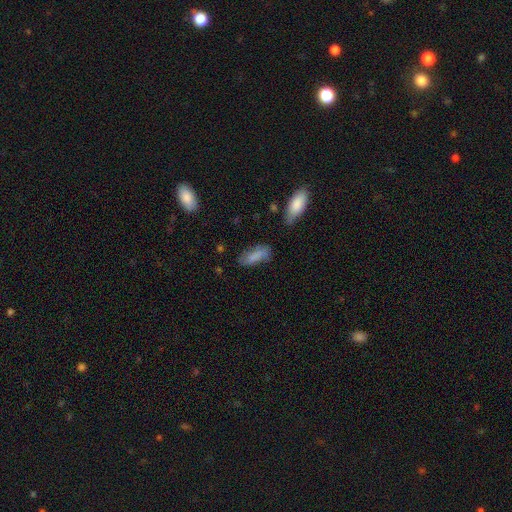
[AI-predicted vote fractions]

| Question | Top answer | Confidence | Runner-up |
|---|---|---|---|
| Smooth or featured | smooth | 76% | featured or disk (16%) |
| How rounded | in between | 73% | cigar-shaped (24%) |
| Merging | none | 57% | minor disturbance (29%) |